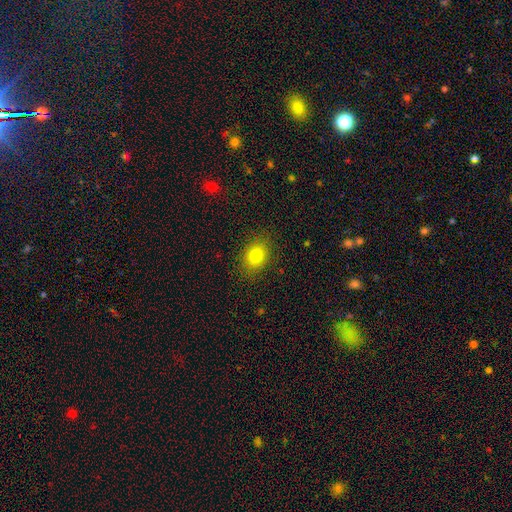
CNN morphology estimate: Smooth or featured: smooth — 81% (star or artifact — 11%)
How rounded: in between — 60% (round — 39%)
Merging: none — 87% (minor disturbance — 9%)